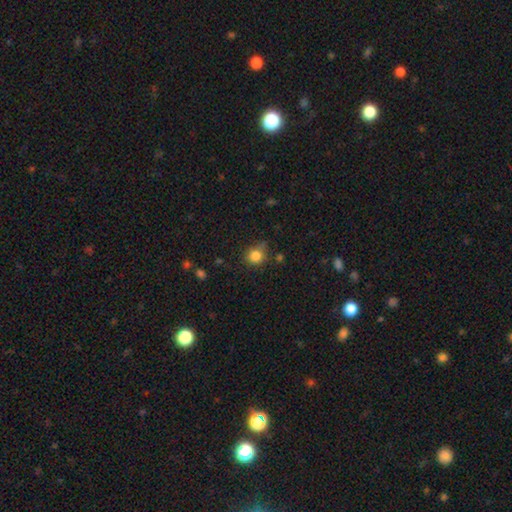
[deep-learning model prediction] smooth-or-featured: smooth: 84% | star or artifact: 11% | featured or disk: 5%
  how-rounded: round: 84% | in between: 15% | cigar-shaped: 1%
  merging: none: 68% | minor disturbance: 22% | major disturbance: 6% | merger: 4%